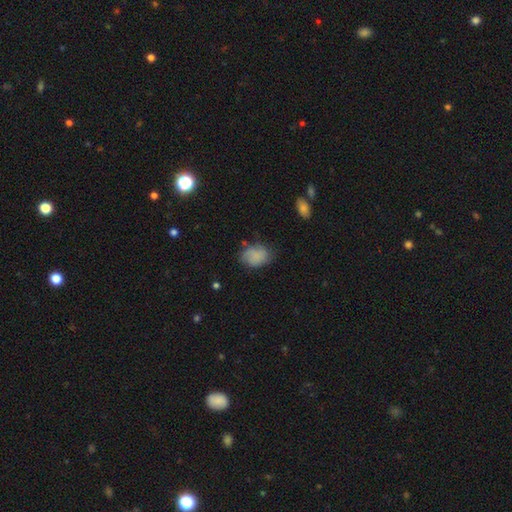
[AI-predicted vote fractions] Smooth or featured?
  - smooth: 73% *
  - featured or disk: 18%
  - star or artifact: 9%
How rounded?
  - in between: 67% *
  - round: 32%
  - cigar-shaped: 1%
Merging?
  - none: 59% *
  - minor disturbance: 28%
  - major disturbance: 10%
  - merger: 3%